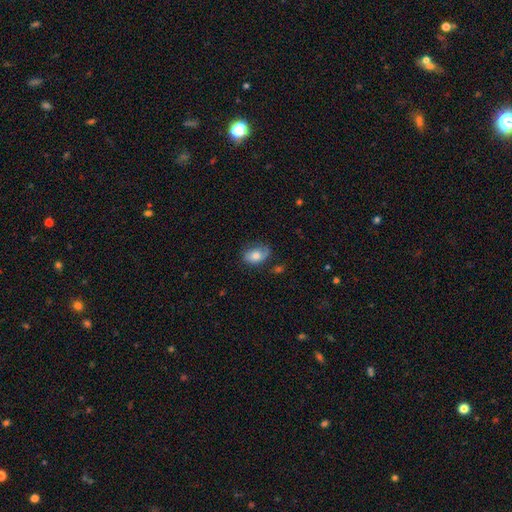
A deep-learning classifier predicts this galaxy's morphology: smooth-or-featured: smooth: 66% | featured or disk: 26% | star or artifact: 8%
  how-rounded: in between: 80% | round: 19% | cigar-shaped: 1%
  merging: none: 57% | minor disturbance: 29% | major disturbance: 11% | merger: 2%